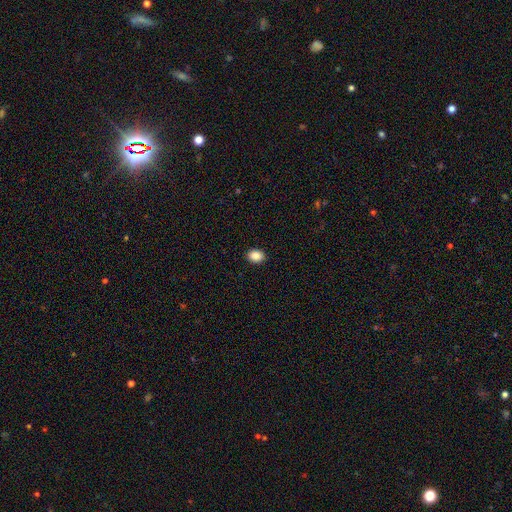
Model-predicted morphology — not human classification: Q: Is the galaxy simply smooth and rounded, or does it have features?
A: smooth — 88%.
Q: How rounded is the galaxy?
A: in between — 65%.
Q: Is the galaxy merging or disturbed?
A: none — 91%.